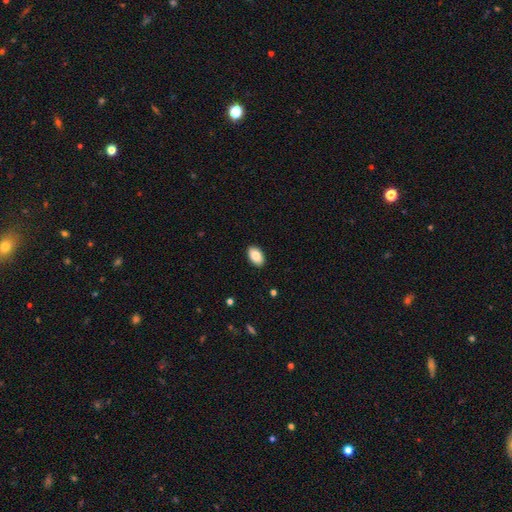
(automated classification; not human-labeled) smooth-or-featured: smooth: 86% | star or artifact: 7% | featured or disk: 7%
  how-rounded: in between: 92% | round: 7% | cigar-shaped: 1%
  merging: none: 90% | minor disturbance: 7% | major disturbance: 2% | merger: 1%